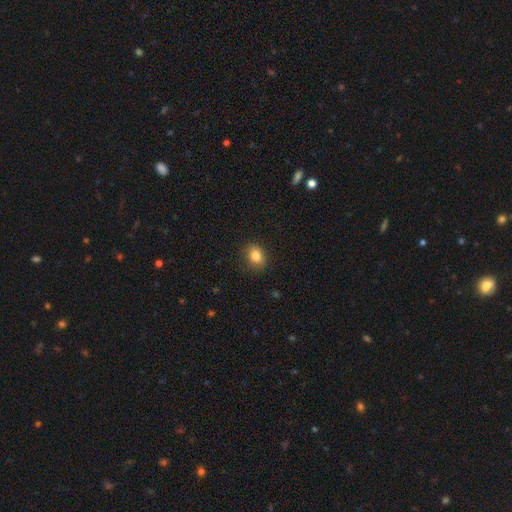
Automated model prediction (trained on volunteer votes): Morphology: type=smooth (84%); roundness=in between (50%); merging=none (84%).